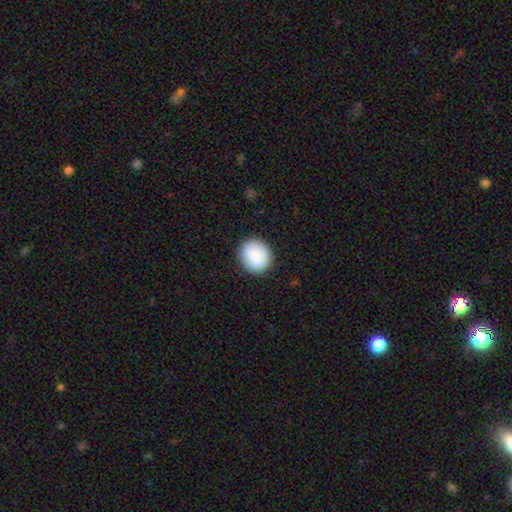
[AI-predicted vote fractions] A smooth galaxy with no disk features (87%) that is round (85%). Merging: none (90%).